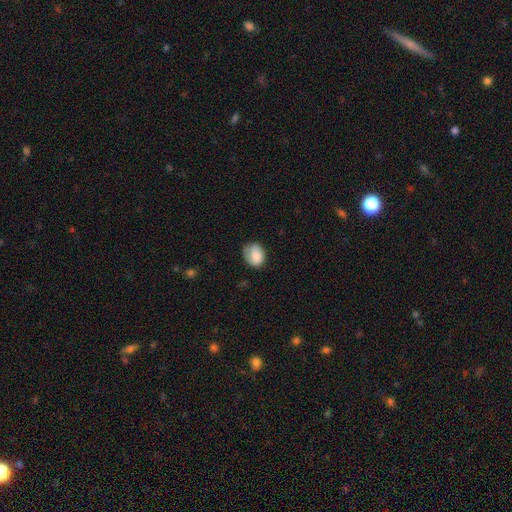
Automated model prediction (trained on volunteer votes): Smooth or featured: smooth — 82% (featured or disk — 11%)
How rounded: in between — 54% (round — 45%)
Merging: none — 61% (minor disturbance — 29%)